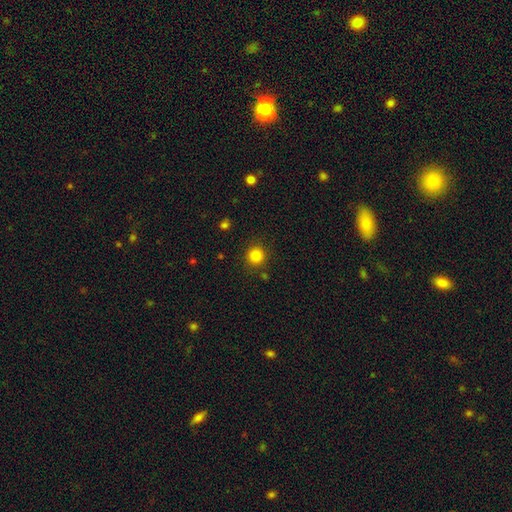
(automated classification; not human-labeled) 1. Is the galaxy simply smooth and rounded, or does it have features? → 84% smooth, 12% star or artifact, 4% featured or disk.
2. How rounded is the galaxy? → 93% round, 6% in between, 1% cigar-shaped.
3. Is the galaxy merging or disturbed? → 88% none, 7% minor disturbance, 2% major disturbance, 2% merger.